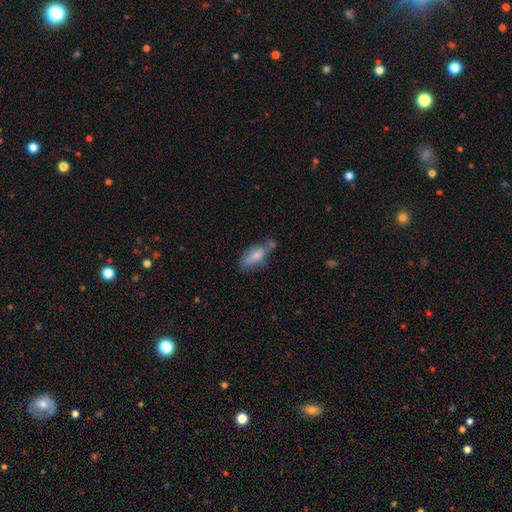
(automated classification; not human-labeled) smooth_or_featured: smooth (p=0.71) [alt: featured or disk p=0.21]
how_rounded: in between (p=0.74) [alt: cigar-shaped p=0.23]
merging: none (p=0.47) [alt: minor disturbance p=0.30]